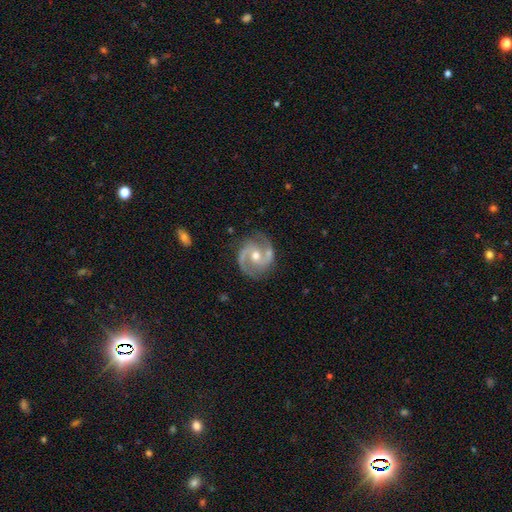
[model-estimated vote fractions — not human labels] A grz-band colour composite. It shows a featured or disk galaxy (92%) with no bar (44%), 2 (93%) medium (63%) spiral arms (98%) and a moderate central bulge (71%). Merging: none (81%).